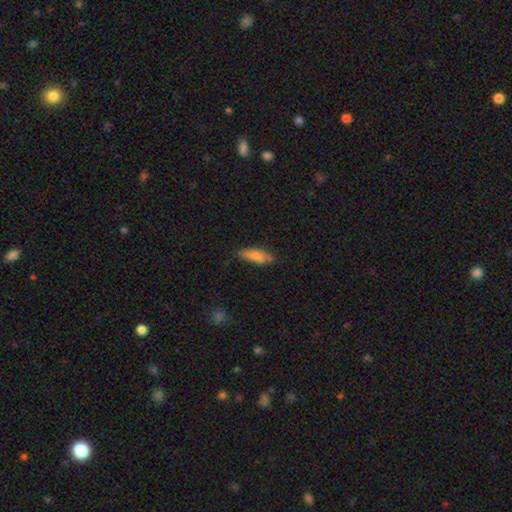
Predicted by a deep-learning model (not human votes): A smooth galaxy with no disk features (76%) that is in between round and cigar-shaped (68%). Merging: none (63%).